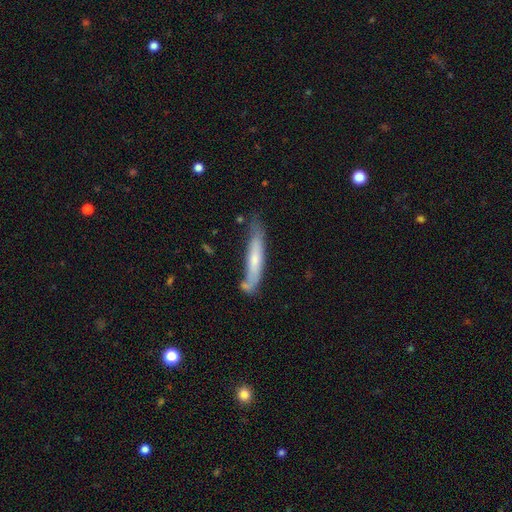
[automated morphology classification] smooth-or-featured: smooth: 50% | featured or disk: 42% | star or artifact: 8%
  merging: none: 65% | minor disturbance: 24% | major disturbance: 6% | merger: 5%